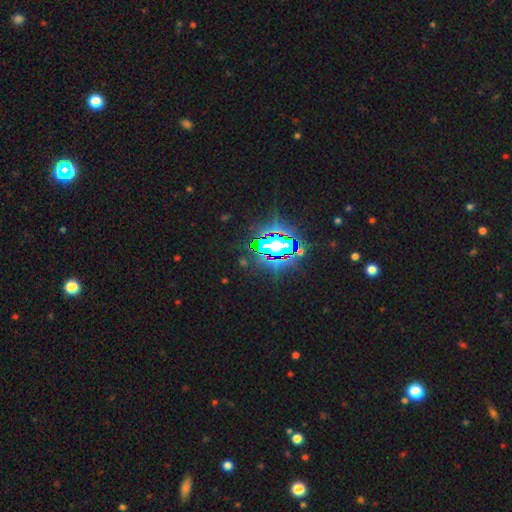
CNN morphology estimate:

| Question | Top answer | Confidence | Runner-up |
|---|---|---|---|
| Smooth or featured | star or artifact | 82% | smooth (10%) |